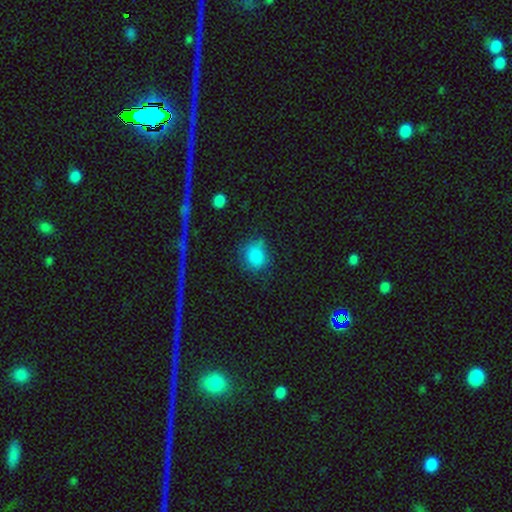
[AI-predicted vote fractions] Morphology: type=smooth (81%); roundness=round (63%); merging=none (67%).